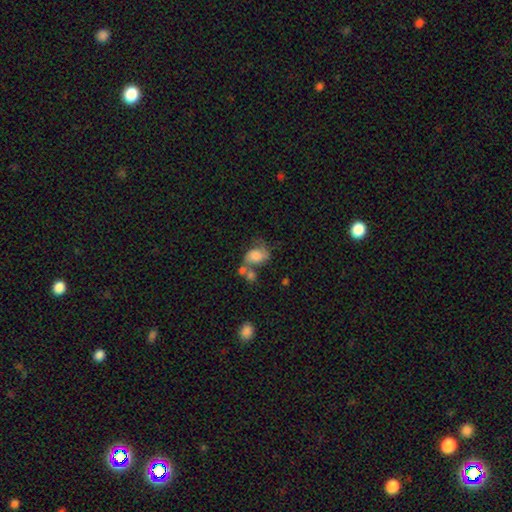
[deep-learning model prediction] Q: Smooth or featured?
A: smooth (62%); runner-up: featured or disk (28%)
Q: How rounded?
A: in between (71%); runner-up: round (28%)
Q: Merging?
A: merger (31%); runner-up: none (27%)